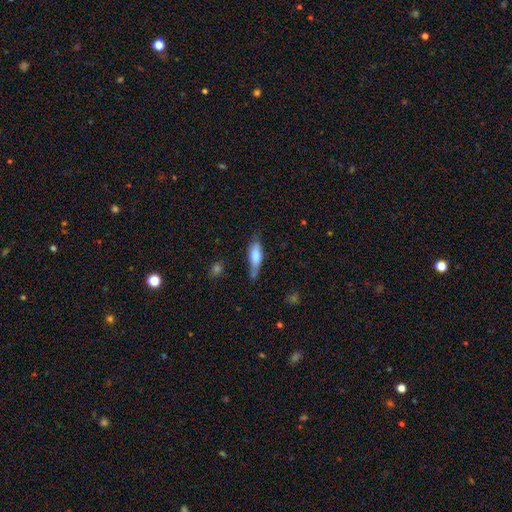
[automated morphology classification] smooth 68%, featured or disk 25%, star or artifact 7%. Down the decision tree: how rounded — in between (49%, tied with cigar-shaped); merging — none (56%).